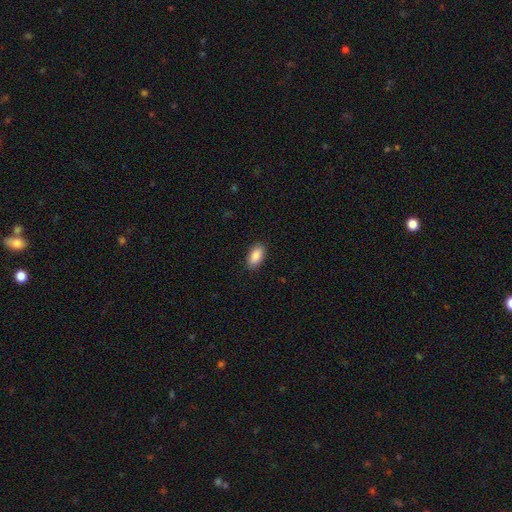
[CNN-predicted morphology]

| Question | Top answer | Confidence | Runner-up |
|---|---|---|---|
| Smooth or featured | smooth | 89% | star or artifact (6%) |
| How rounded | in between | 94% | cigar-shaped (3%) |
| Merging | none | 89% | minor disturbance (8%) |